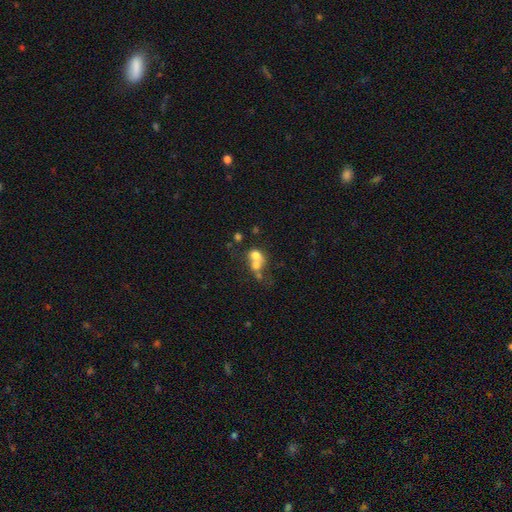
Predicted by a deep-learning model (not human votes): Overall: smooth (62%; featured or disk 25%). How rounded: round (65%; in between 33%). Merging: merger (64%).